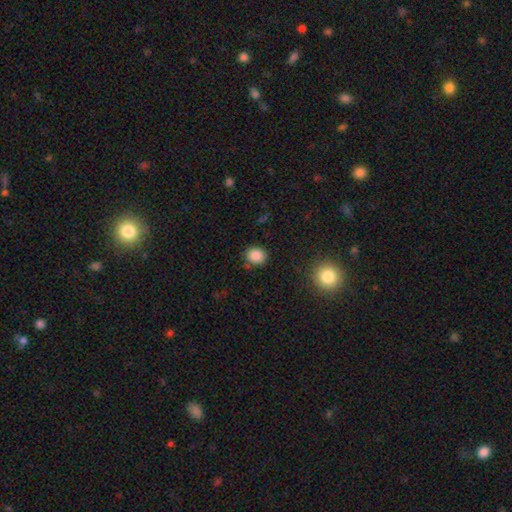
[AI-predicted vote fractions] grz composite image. It shows a smooth galaxy with no disk features (86%) that is round (75%). Merging: none (83%).